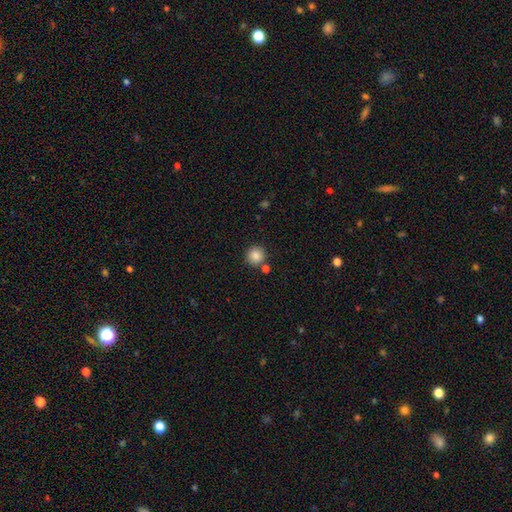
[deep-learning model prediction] Smooth or featured? Predicted: smooth (p=0.86). How rounded? Predicted: round (p=0.93). Merging? Predicted: none (p=0.80).